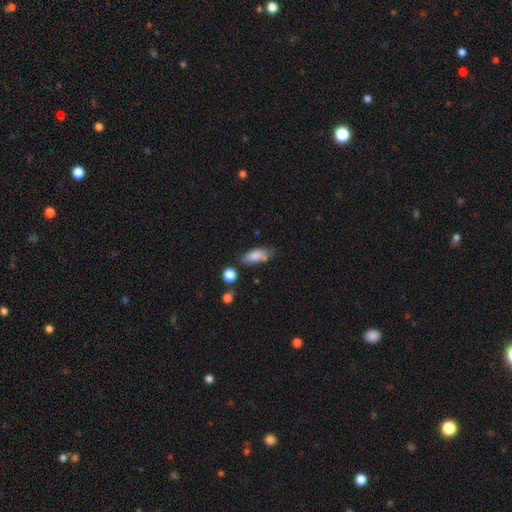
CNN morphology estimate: This appears to be a smooth galaxy with no disk features (81%) that is in between round and cigar-shaped (75%). Merging: none (63%).